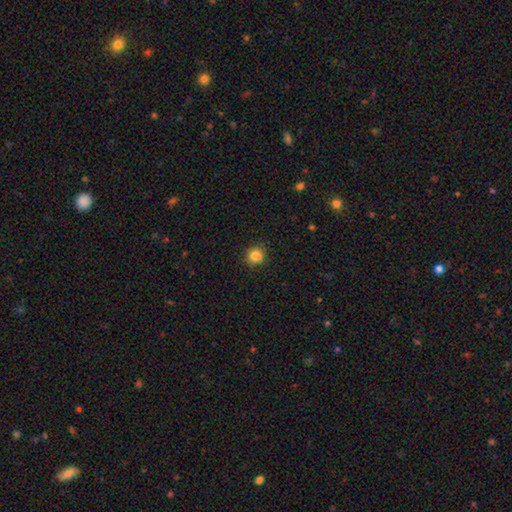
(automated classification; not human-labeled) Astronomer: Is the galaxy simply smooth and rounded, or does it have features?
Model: smooth — 83%.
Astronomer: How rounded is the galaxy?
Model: round — 78%.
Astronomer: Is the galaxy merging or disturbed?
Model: none — 79%.